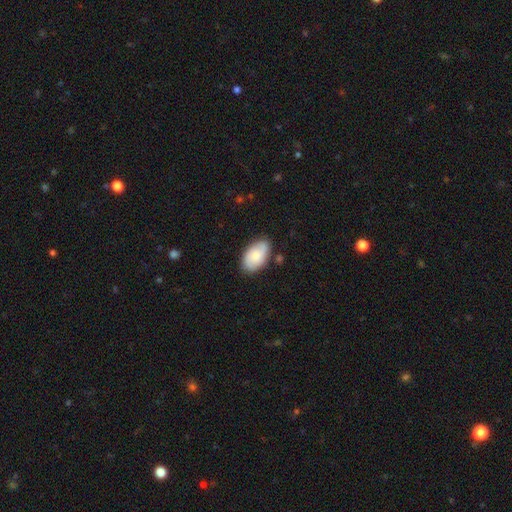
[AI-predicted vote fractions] Overall: smooth (52%; featured or disk 41%). How rounded: in between (91%). Merging: none (78%).